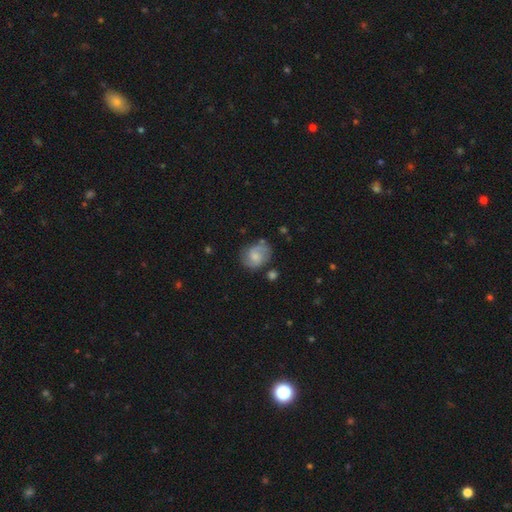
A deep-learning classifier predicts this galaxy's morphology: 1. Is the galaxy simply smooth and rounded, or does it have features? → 68% featured or disk, 25% smooth, 7% star or artifact.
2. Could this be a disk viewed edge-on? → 98% no, 2% yes.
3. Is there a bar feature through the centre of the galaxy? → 52% no, 42% weak, 6% strong.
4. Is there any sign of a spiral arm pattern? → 93% yes, 7% no.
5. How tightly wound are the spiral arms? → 50% medium, 28% tight, 22% loose.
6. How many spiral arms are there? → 86% 2, 7% can't tell, 3% 1, 2% 3, 1% 4, 1% more than 4.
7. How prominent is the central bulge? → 44% small, 37% moderate, 14% none, 4% large, 1% dominant.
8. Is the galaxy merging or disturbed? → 74% none, 17% minor disturbance, 5% major disturbance, 4% merger.